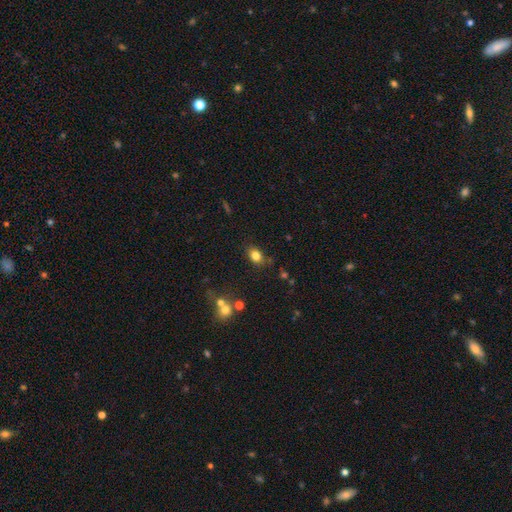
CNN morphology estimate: Smooth or featured? Predicted: smooth (p=0.81). How rounded? Predicted: in between (p=0.68). Merging? Predicted: none (p=0.79).